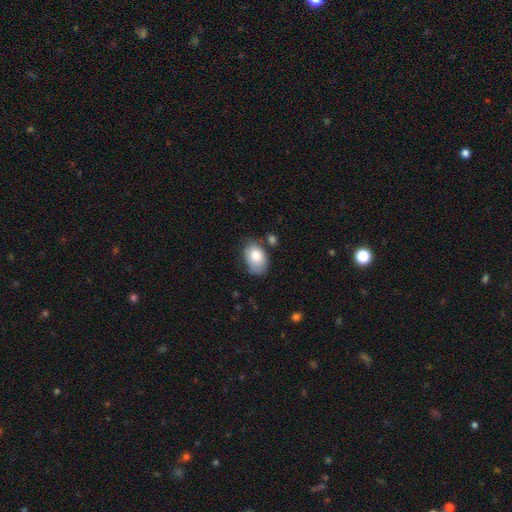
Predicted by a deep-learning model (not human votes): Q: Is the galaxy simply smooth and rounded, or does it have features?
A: smooth — 79%.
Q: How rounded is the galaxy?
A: in between — 82%.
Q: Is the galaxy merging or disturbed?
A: none — 52%.